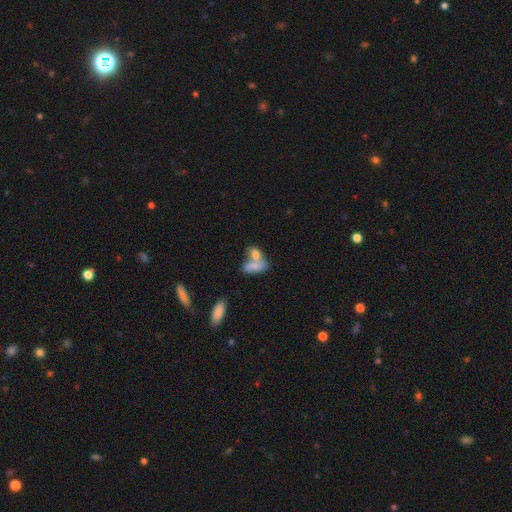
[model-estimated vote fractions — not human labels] smooth_or_featured: smooth (p=0.76) [alt: featured or disk p=0.16]
how_rounded: in between (p=0.84) [alt: round p=0.10]
merging: merger (p=0.61) [alt: none p=0.25]